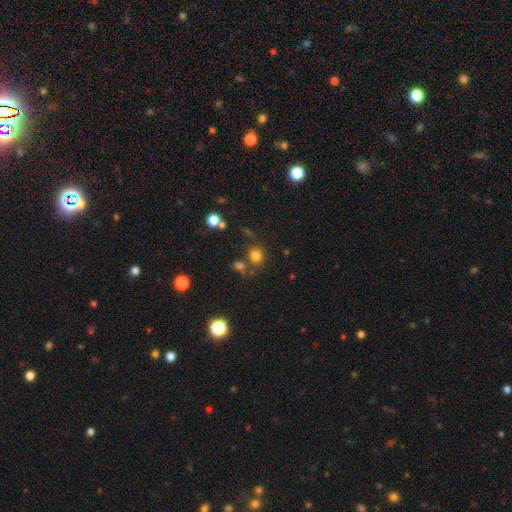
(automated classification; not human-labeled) A smooth galaxy with no disk features (77%) that is round (81%). Merging: none (71%).